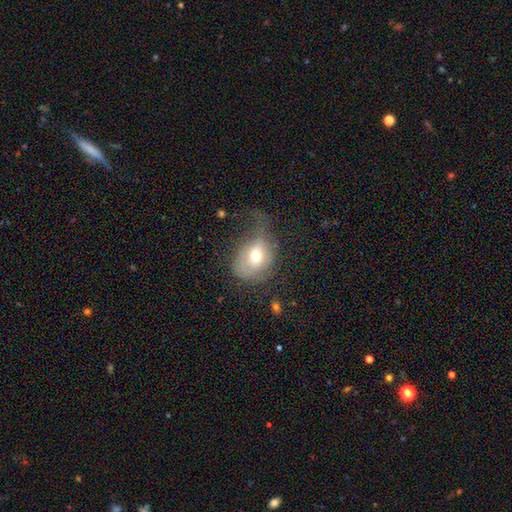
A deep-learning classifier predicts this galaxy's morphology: This is likely a smooth galaxy (63%). How rounded: possibly in between (56%). Merging: marginally major disturbance (41%).